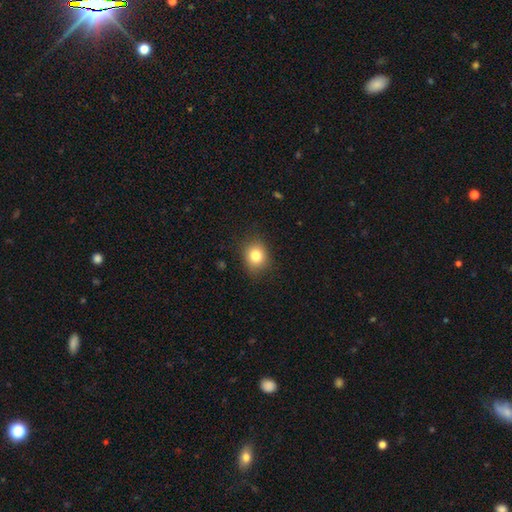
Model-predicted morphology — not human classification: smooth-or-featured: smooth: 81% | star or artifact: 11% | featured or disk: 8%
  how-rounded: round: 65% | in between: 34% | cigar-shaped: 1%
  merging: none: 87% | minor disturbance: 10% | major disturbance: 3% | merger: 1%